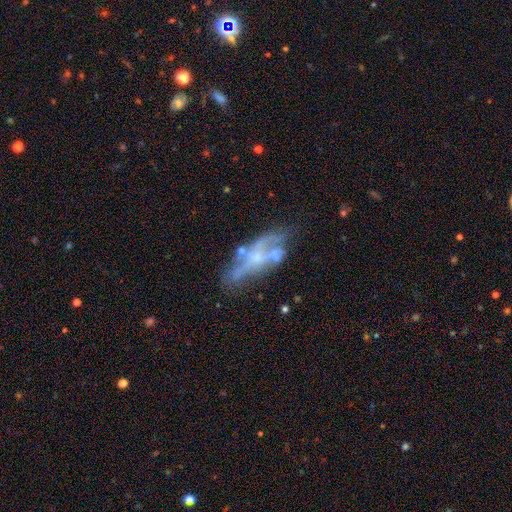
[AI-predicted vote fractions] Smooth or featured: featured or disk — 66% (smooth — 22%)
Edge-on disk: no — 76% (yes — 24%)
Bar: no — 77% (weak — 17%)
Spiral arms: no — 60% (yes — 40%)
Bulge size: small — 45% (none — 28%)
Merging: none — 48% (minor disturbance — 20%)